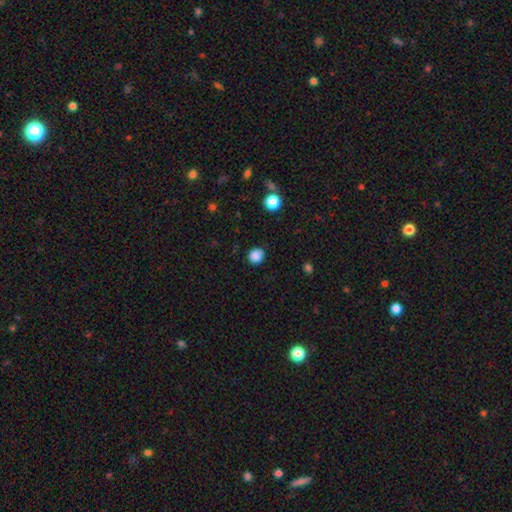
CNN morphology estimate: Smooth or featured? smooth (84%)
How rounded? round (82%)
Merging? none (78%)